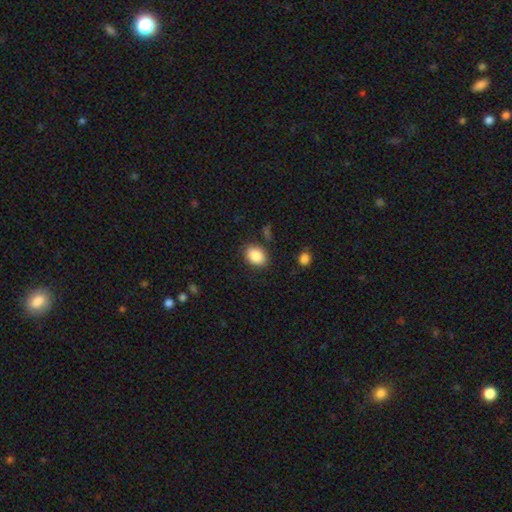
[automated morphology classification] The model was most divided on "how rounded": in between: 72%, round: 27%, cigar-shaped: 1%. More confident: smooth or featured — smooth (87%); merging — none (82%).